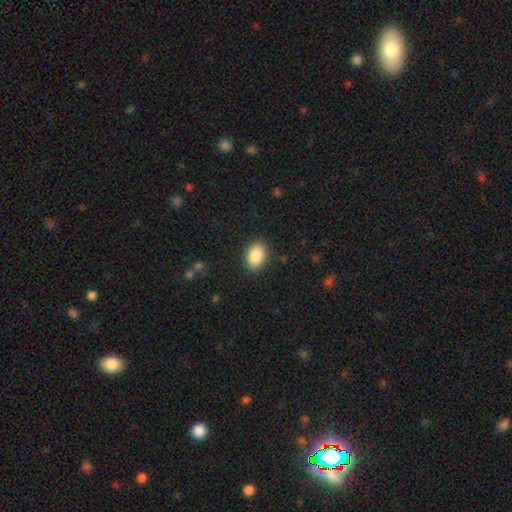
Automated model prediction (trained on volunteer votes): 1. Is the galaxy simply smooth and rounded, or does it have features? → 88% smooth, 7% star or artifact, 5% featured or disk.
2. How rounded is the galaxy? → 84% in between, 15% round, 1% cigar-shaped.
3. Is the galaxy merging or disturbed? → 88% none, 8% minor disturbance, 2% major disturbance, 1% merger.